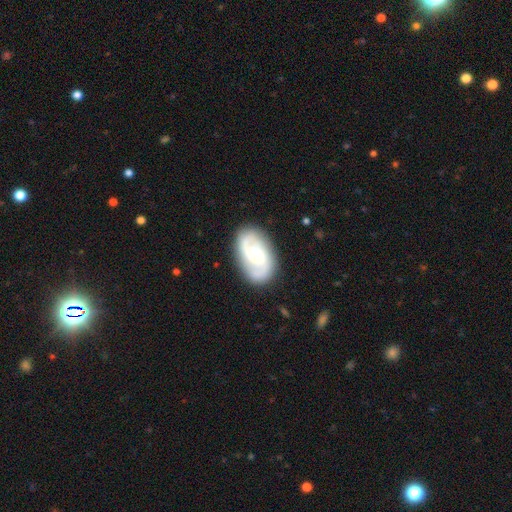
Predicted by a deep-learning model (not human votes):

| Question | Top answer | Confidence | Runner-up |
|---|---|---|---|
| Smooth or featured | featured or disk | 77% | smooth (18%) |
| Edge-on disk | no | 97% | yes (3%) |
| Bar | weak | 44% | no (42%) |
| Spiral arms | yes | 92% | no (8%) |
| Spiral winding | medium | 45% | loose (36%) |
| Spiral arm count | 2 | 89% | can't tell (5%) |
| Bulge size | moderate | 59% | small (31%) |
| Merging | none | 84% | minor disturbance (11%) |